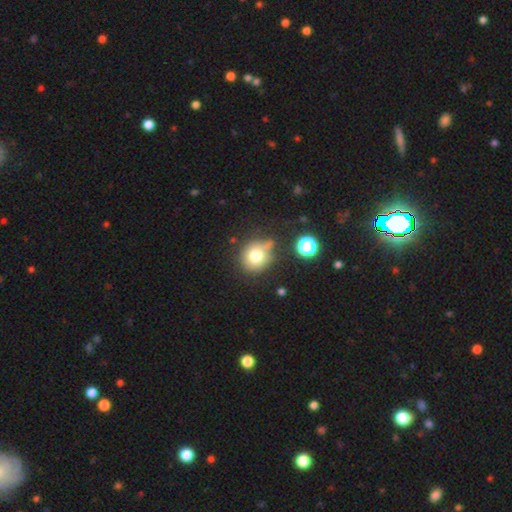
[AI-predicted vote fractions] A smooth galaxy with no disk features (75%) that is round (84%). Merging: none (59%).